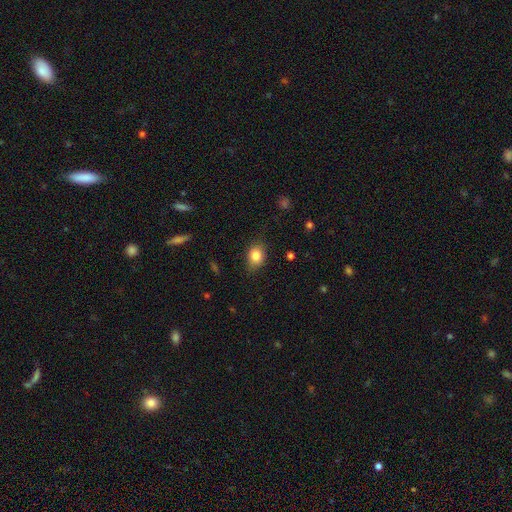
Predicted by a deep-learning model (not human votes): Smooth or featured? smooth (84%)
How rounded? in between (61%)
Merging? none (78%)